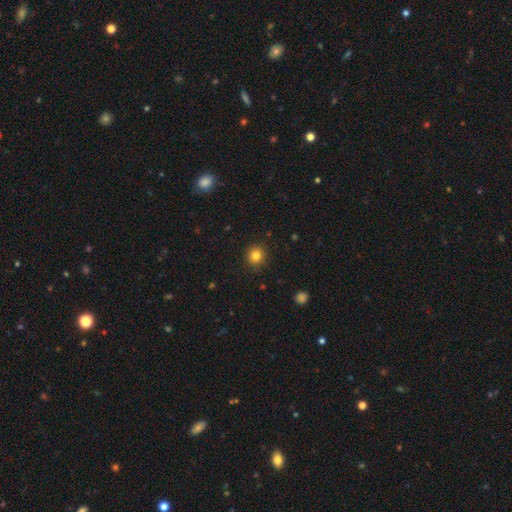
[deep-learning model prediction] Smooth or featured?
  - smooth: 83% *
  - star or artifact: 12%
  - featured or disk: 5%
How rounded?
  - round: 91% *
  - in between: 9%
  - cigar-shaped: 1%
Merging?
  - none: 91% *
  - minor disturbance: 6%
  - major disturbance: 2%
  - merger: 1%